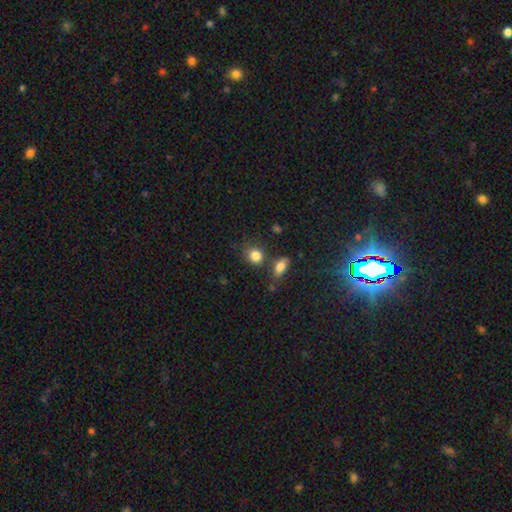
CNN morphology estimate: The model was most divided on "how rounded": round: 63%, in between: 36%, cigar-shaped: 2%. More confident: smooth or featured — smooth (84%); merging — none (65%).